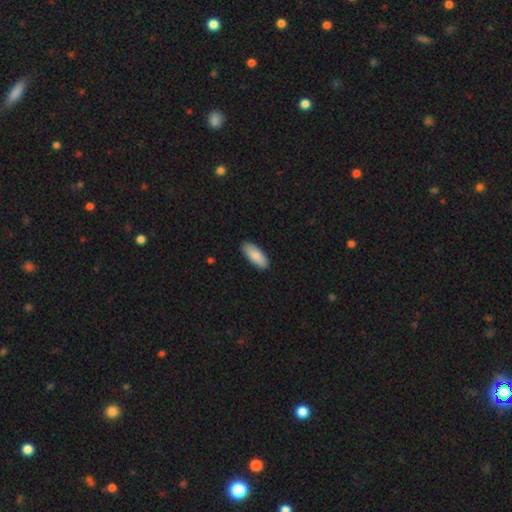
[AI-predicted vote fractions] smooth_or_featured: smooth (p=0.87) [alt: featured or disk p=0.07]
how_rounded: in between (p=0.80) [alt: cigar-shaped p=0.19]
merging: none (p=0.89) [alt: minor disturbance p=0.08]